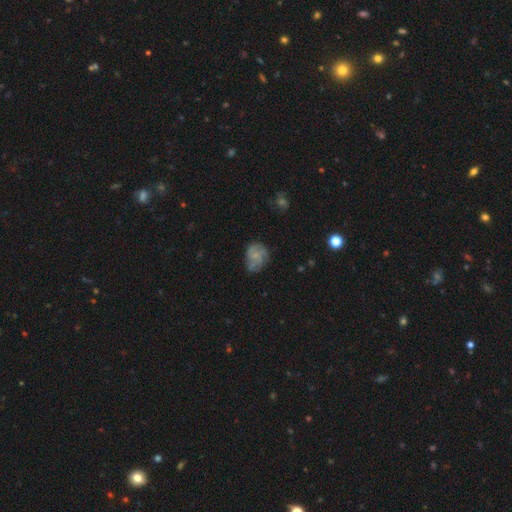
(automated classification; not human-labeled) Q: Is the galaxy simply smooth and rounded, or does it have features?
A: featured or disk — 59%.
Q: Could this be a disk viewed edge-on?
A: no — 98%.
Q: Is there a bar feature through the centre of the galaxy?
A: no — 74%.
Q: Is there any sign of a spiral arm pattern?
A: yes — 83%.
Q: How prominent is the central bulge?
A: small — 65%.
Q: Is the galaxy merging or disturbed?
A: none — 62%.